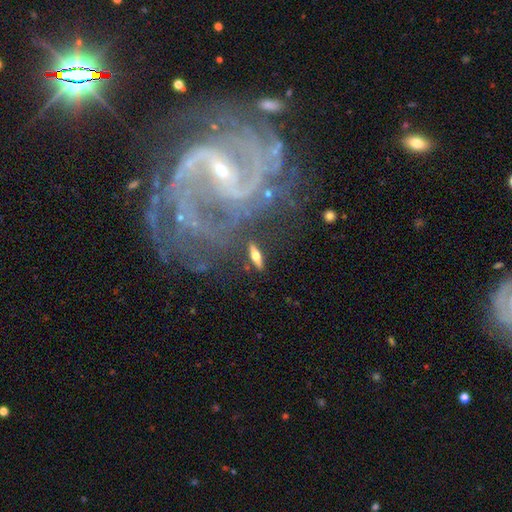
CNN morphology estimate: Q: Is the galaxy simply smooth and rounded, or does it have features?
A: featured or disk — 47%.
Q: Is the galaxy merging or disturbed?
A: none — 83%.